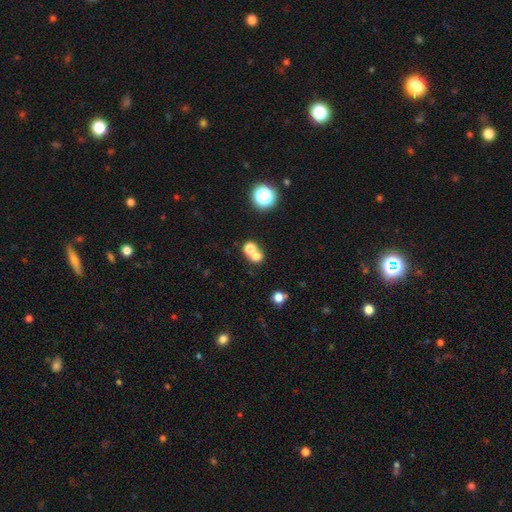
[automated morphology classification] This is likely a smooth galaxy (72%). How rounded: likely round (72%). Merging: possibly merger (54%).